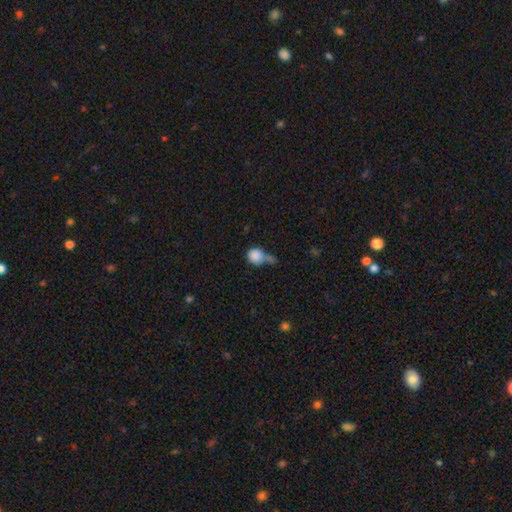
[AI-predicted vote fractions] Smooth or featured: smooth — 85% (star or artifact — 9%)
How rounded: round — 84% (in between — 15%)
Merging: merger — 36% (none — 33%)